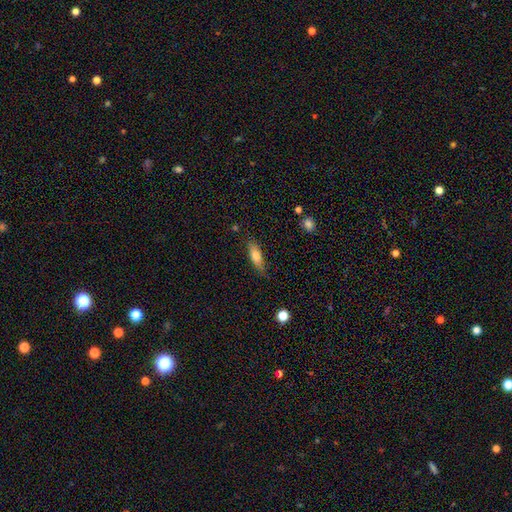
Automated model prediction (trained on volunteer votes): This appears to be a smooth galaxy with no disk features (73%) that is in between round and cigar-shaped (56%). Merging: none (79%).